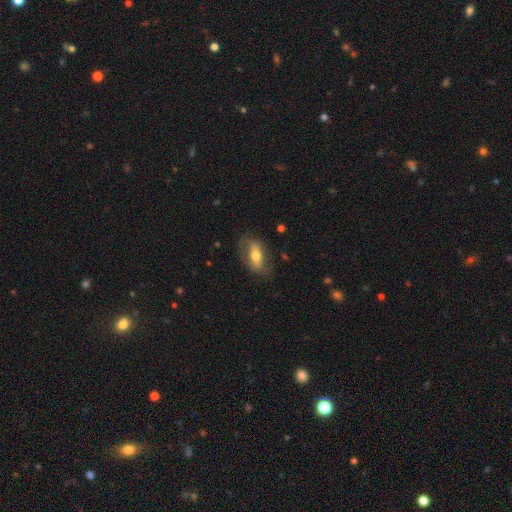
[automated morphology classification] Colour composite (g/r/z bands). It shows a smooth galaxy with no disk features (51%) that is in between round and cigar-shaped (80%). Merging: none (71%).